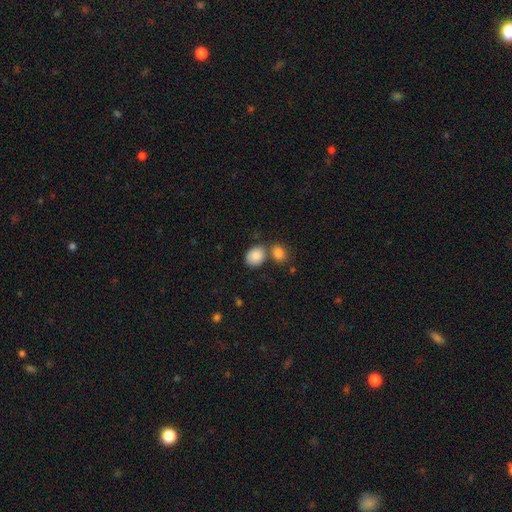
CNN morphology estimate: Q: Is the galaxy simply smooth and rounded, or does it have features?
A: smooth — 87%.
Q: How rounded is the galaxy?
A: in between — 55%.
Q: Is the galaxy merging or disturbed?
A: none — 53%.